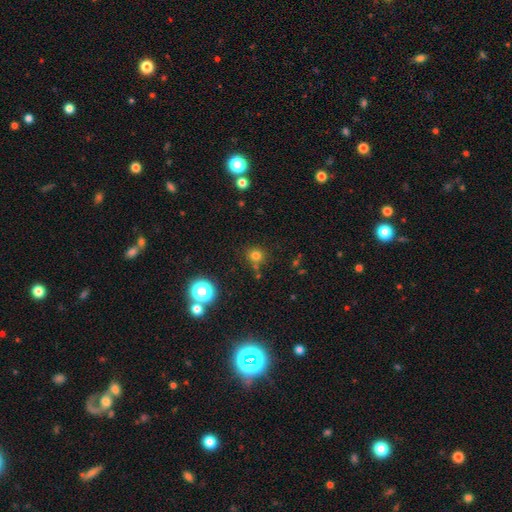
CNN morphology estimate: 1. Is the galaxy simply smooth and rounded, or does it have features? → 75% smooth, 18% star or artifact, 6% featured or disk.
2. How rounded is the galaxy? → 88% round, 11% in between, 1% cigar-shaped.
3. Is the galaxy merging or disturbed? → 74% none, 12% minor disturbance, 10% merger, 4% major disturbance.